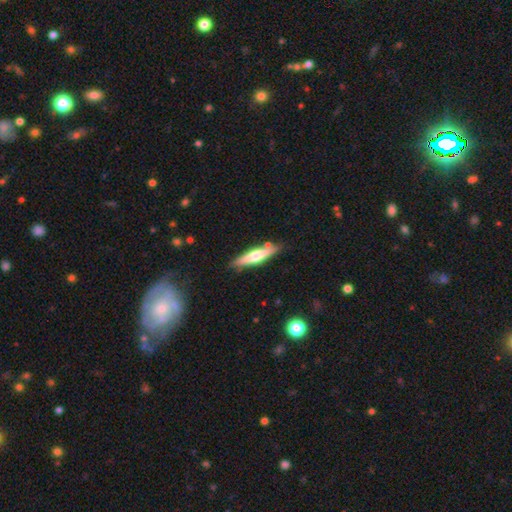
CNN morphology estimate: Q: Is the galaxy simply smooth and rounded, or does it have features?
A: featured or disk — 50%.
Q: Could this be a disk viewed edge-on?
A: yes — 93%.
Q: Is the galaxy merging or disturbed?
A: none — 82%.